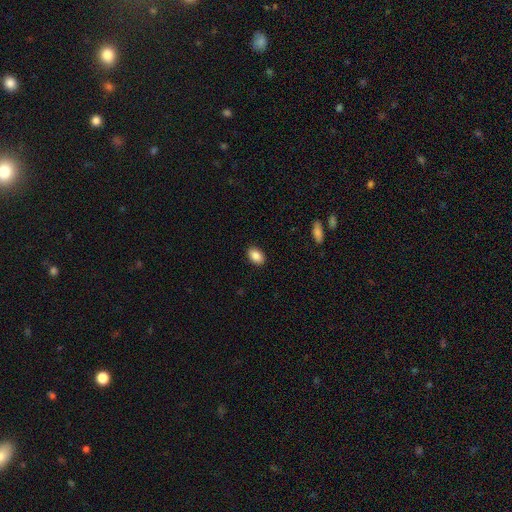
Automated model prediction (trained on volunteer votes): Smooth or featured? smooth (88%)
How rounded? in between (86%)
Merging? none (90%)